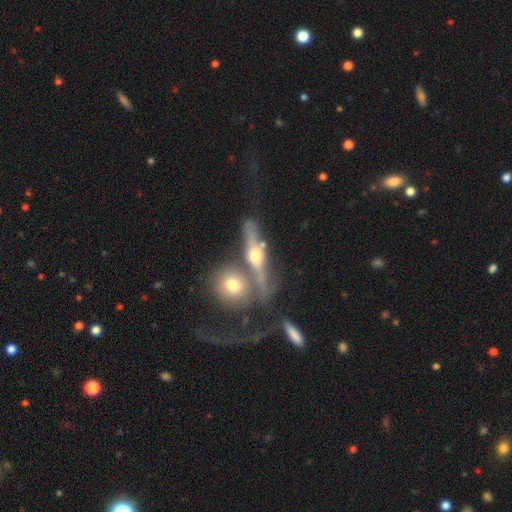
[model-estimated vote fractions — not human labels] A featured or disk galaxy (63%) viewed edge-on (74%). Merging: none (40%).